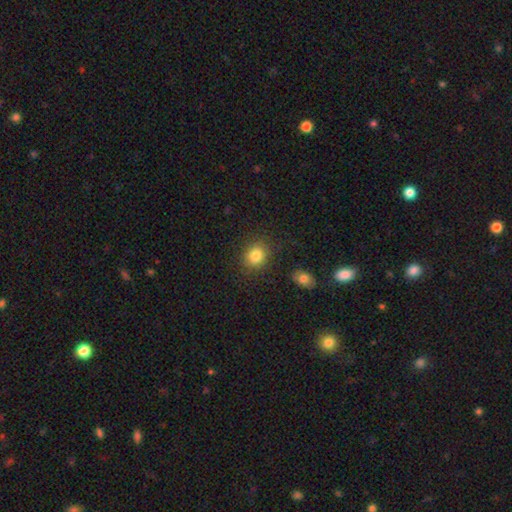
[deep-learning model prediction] A smooth galaxy with no disk features (83%) that is round (65%).

Vote fractions:
- Smooth or featured? smooth: 83% / star or artifact: 10% / featured or disk: 7%
- How rounded? round: 65% / in between: 34% / cigar-shaped: 1%
- Merging? none: 84% / minor disturbance: 10% / major disturbance: 3% / merger: 3%